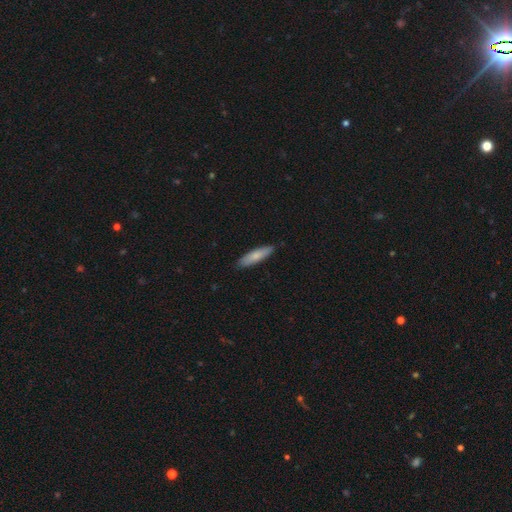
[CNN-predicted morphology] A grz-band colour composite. It shows a smooth galaxy with no disk features (78%) that is cigar-shaped (71%). Merging: none (88%).